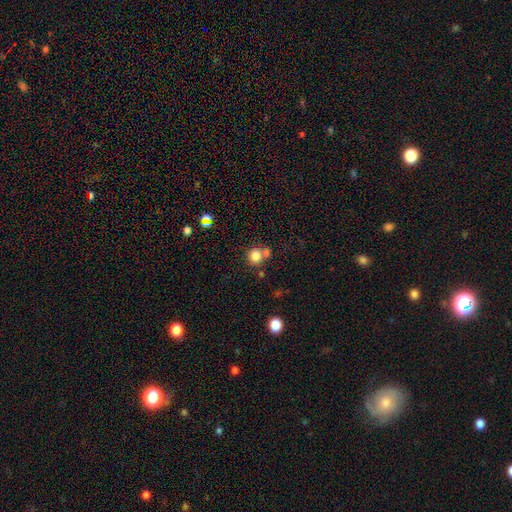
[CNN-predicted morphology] smooth 80%, star or artifact 12%, featured or disk 8%. Down the decision tree: how rounded — round (85%); merging — none (60%).